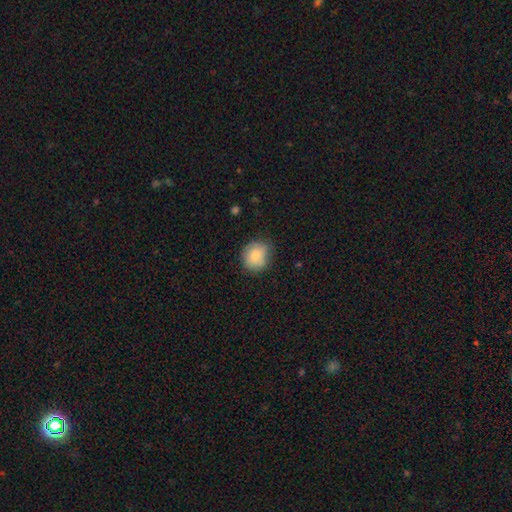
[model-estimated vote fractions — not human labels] Smooth or featured? smooth (82%)
How rounded? round (78%)
Merging? none (69%)